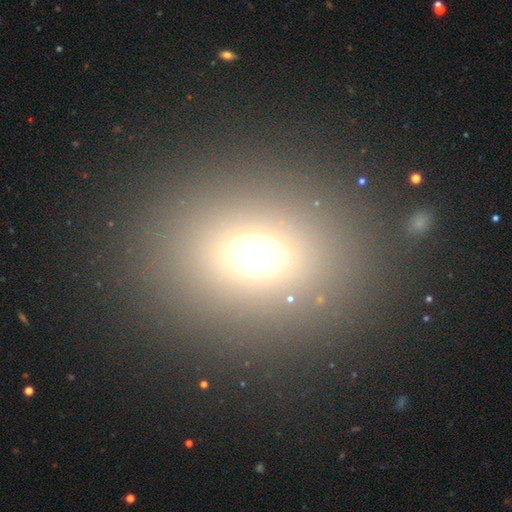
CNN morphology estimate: The model was most divided on "how rounded": round: 56%, in between: 42%, cigar-shaped: 2%. More confident: merging — none (86%); smooth or featured — smooth (68%).